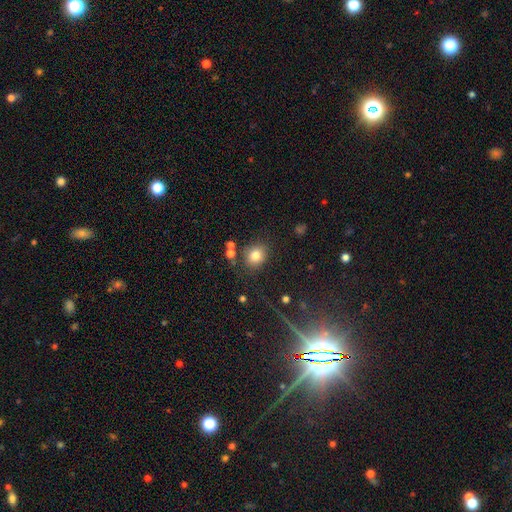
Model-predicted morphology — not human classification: smooth-or-featured: smooth: 79% | star or artifact: 12% | featured or disk: 8%
  how-rounded: round: 72% | in between: 27% | cigar-shaped: 1%
  merging: none: 79% | minor disturbance: 11% | merger: 6% | major disturbance: 4%